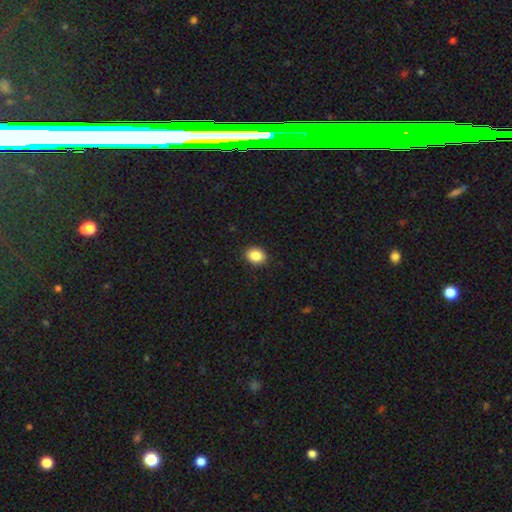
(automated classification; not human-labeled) This is clearly a smooth galaxy (87%). How rounded: possibly in between (55%). Merging: clearly none (90%).